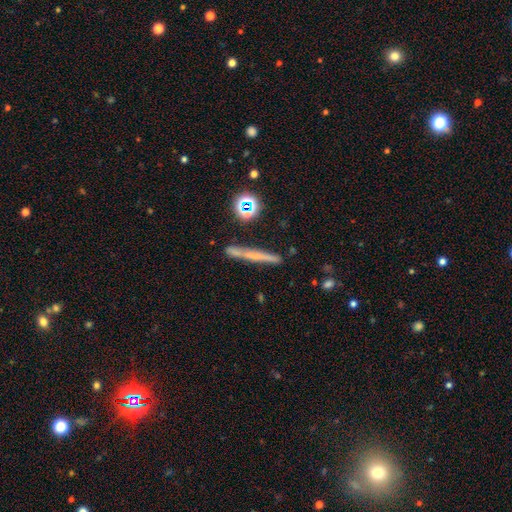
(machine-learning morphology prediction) smooth_or_featured: smooth (p=0.44) [tied with: featured or disk p=0.44]
merging: none (p=0.84) [alt: minor disturbance p=0.10]